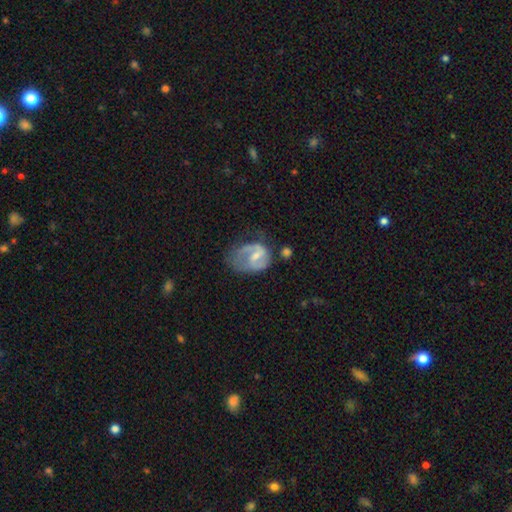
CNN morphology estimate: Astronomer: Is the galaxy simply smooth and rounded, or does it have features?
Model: featured or disk — 68%.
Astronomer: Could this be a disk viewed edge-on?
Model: no — 97%.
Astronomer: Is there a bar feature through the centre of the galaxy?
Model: weak — 55%.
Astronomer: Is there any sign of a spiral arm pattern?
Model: yes — 79%.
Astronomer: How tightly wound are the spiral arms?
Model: medium — 46% (runner-up: loose, 30%).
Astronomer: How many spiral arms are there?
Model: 2 — 60%.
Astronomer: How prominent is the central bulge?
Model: small — 44% (runner-up: moderate, 41%).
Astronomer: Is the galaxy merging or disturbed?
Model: major disturbance — 33%, tied with none at 33%.